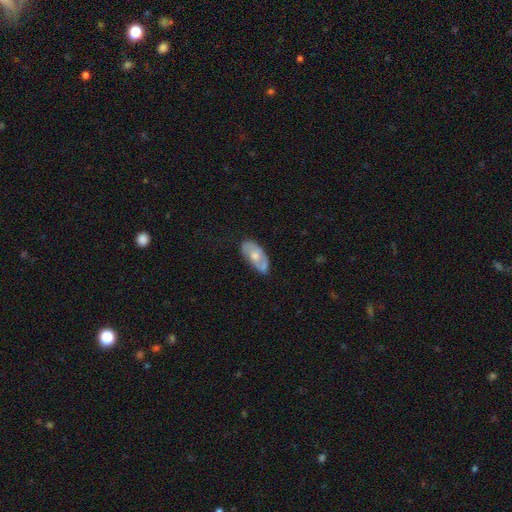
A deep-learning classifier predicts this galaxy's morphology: This is possibly a featured or disk galaxy (50%). Merging: likely none (66%).